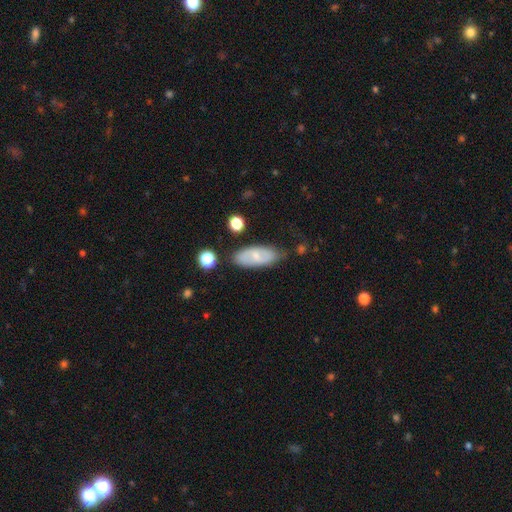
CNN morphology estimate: Q: Smooth or featured?
A: smooth (53%); runner-up: featured or disk (39%)
Q: How rounded?
A: in between (81%); runner-up: cigar-shaped (16%)
Q: Merging?
A: none (77%); runner-up: minor disturbance (16%)